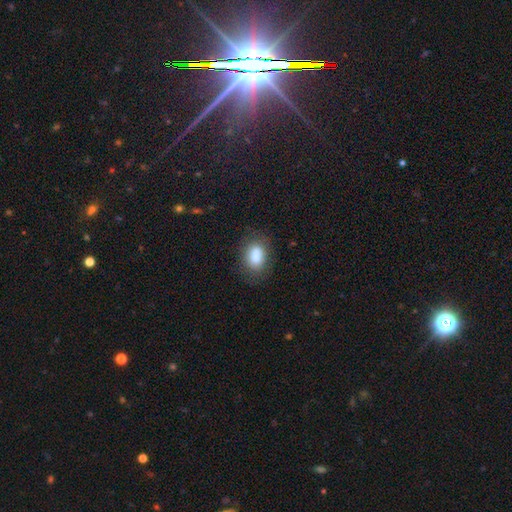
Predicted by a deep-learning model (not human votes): A smooth galaxy with no disk features (79%) that is in between round and cigar-shaped (79%).

Vote fractions:
- Smooth or featured? smooth: 79% / featured or disk: 12% / star or artifact: 9%
- How rounded? in between: 79% / round: 19% / cigar-shaped: 2%
- Merging? none: 65% / minor disturbance: 18% / merger: 10% / major disturbance: 6%